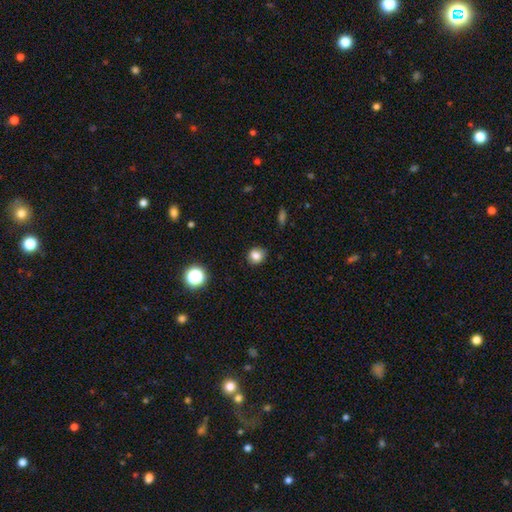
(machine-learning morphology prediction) smooth-or-featured: smooth: 82% | star or artifact: 12% | featured or disk: 6%
  how-rounded: round: 79% | in between: 20% | cigar-shaped: 1%
  merging: none: 86% | minor disturbance: 11% | major disturbance: 2% | merger: 1%